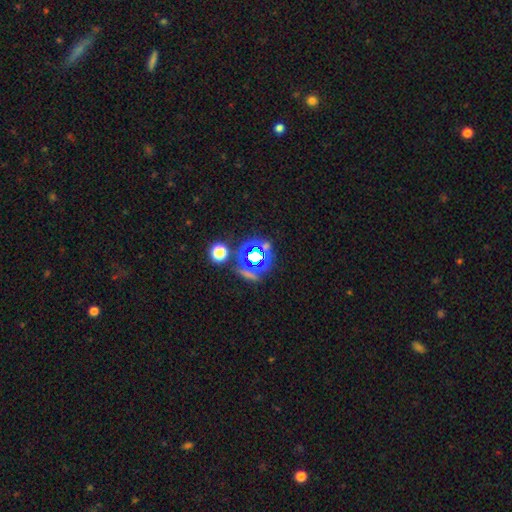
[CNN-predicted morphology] This appears to be a star or artifact, not a galaxy (65%).